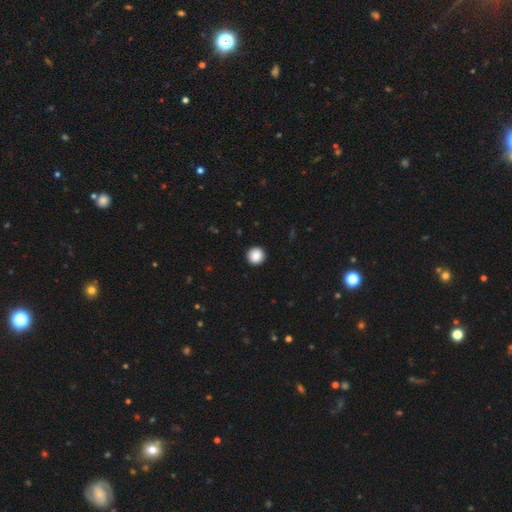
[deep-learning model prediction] Smooth or featured? smooth (88%)
How rounded? round (96%)
Merging? none (94%)